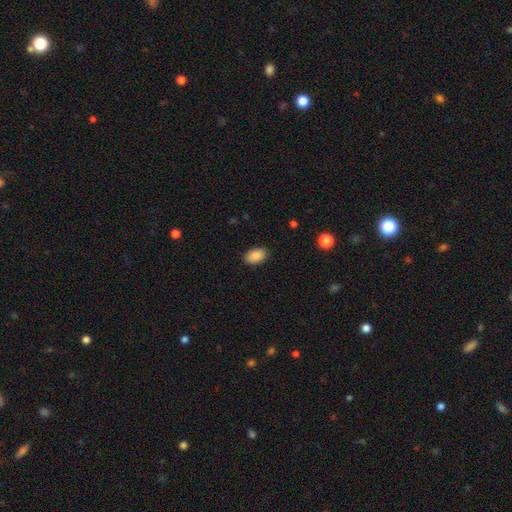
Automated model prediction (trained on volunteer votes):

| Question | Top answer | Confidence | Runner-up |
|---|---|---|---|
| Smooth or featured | smooth | 89% | star or artifact (8%) |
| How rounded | in between | 90% | round (9%) |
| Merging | none | 87% | minor disturbance (10%) |